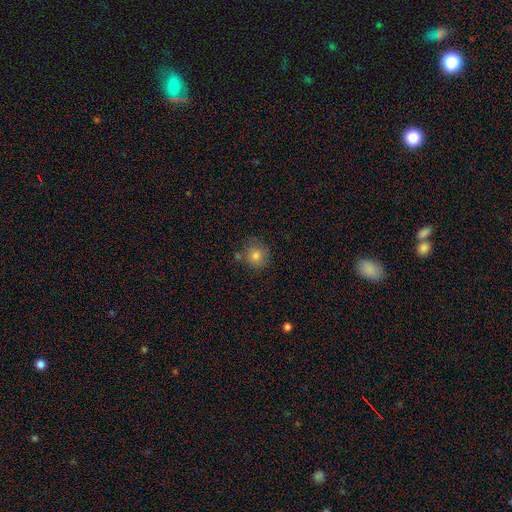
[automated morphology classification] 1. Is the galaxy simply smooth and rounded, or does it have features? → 79% smooth, 12% star or artifact, 9% featured or disk.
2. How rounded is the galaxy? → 88% round, 11% in between, 1% cigar-shaped.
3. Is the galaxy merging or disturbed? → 73% none, 15% minor disturbance, 8% merger, 4% major disturbance.